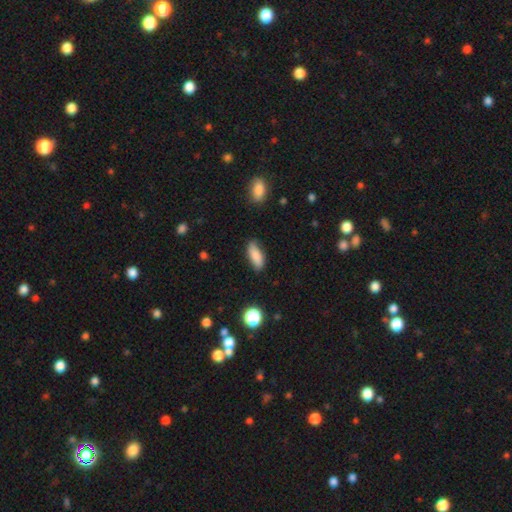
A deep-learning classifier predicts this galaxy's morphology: smooth-or-featured: smooth: 82% | featured or disk: 10% | star or artifact: 8%
  how-rounded: in between: 77% | cigar-shaped: 20% | round: 3%
  merging: none: 76% | minor disturbance: 19% | major disturbance: 4% | merger: 2%